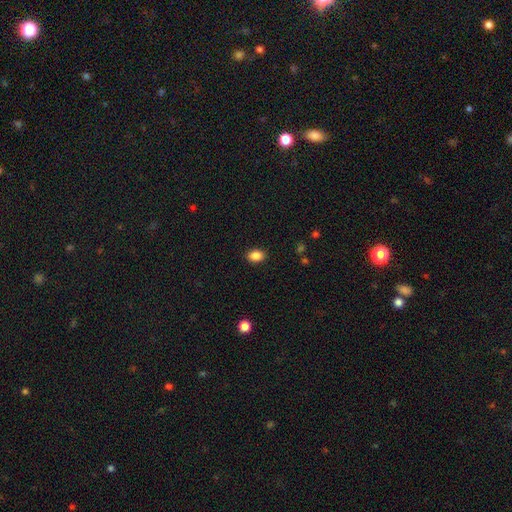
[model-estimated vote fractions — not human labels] Overall: smooth (87%). How rounded: in between (76%). Merging: none (89%).